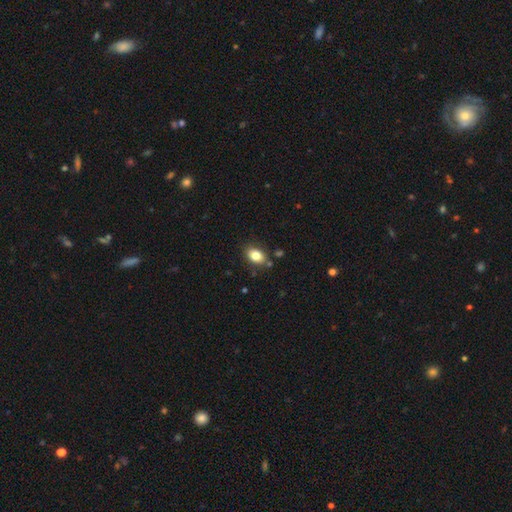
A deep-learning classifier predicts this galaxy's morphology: smooth_or_featured: smooth (p=0.82) [alt: featured or disk p=0.10]
how_rounded: in between (p=0.83) [alt: round p=0.15]
merging: none (p=0.79) [alt: minor disturbance p=0.13]